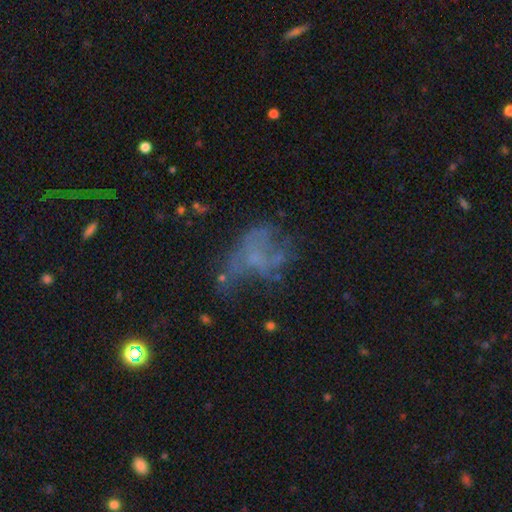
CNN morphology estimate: smooth_or_featured: featured or disk (p=0.49) [alt: smooth p=0.26]
merging: major disturbance (p=0.40) [alt: none p=0.33]